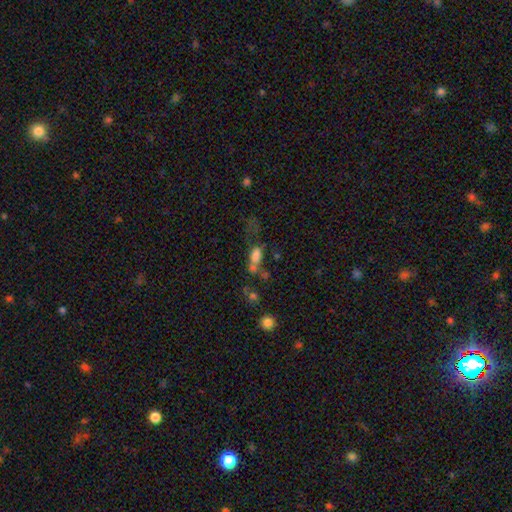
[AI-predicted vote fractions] This is likely a smooth galaxy (69%). How rounded: clearly in between (80%). Merging: marginally merger (37%).